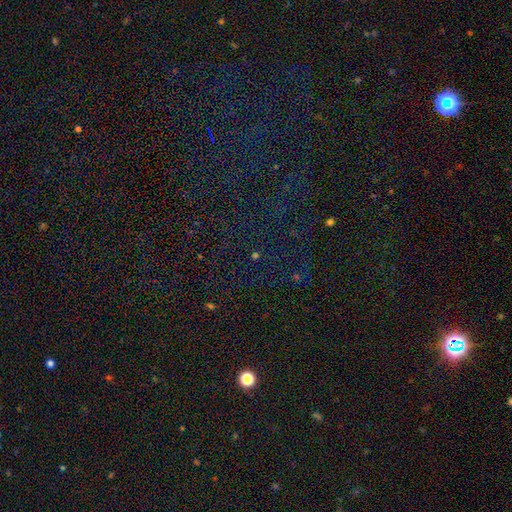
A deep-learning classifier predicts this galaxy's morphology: type=star or artifact (75%).